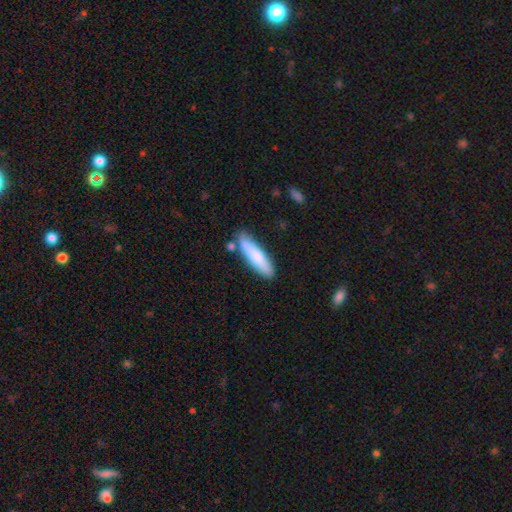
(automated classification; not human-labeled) smooth-or-featured: smooth: 79% | featured or disk: 15% | star or artifact: 5%
  how-rounded: cigar-shaped: 76% | in between: 23% | round: 1%
  merging: none: 79% | minor disturbance: 14% | merger: 5% | major disturbance: 2%